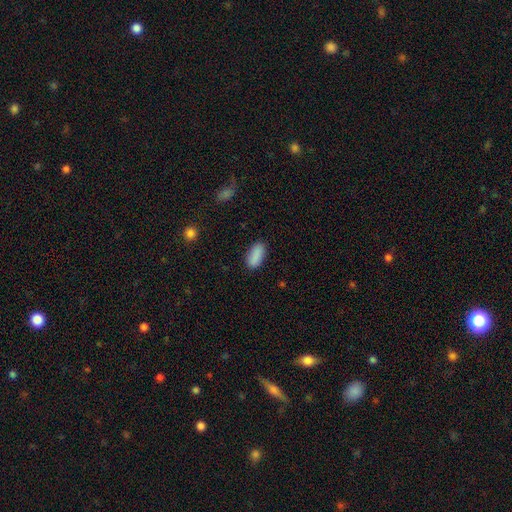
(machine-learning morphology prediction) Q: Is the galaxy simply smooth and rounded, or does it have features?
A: smooth — 89%.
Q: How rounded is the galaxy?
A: in between — 88%.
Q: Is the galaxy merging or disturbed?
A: none — 87%.